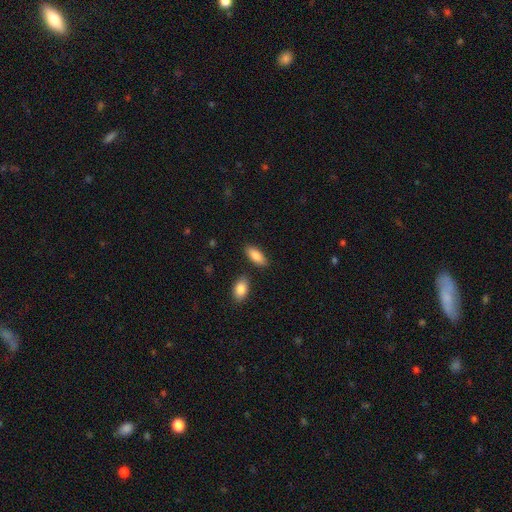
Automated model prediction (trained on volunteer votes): A smooth galaxy with no disk features (87%) that is in between round and cigar-shaped (84%).

Vote fractions:
- Smooth or featured? smooth: 87% / featured or disk: 7% / star or artifact: 6%
- How rounded? in between: 84% / cigar-shaped: 14% / round: 2%
- Merging? none: 83% / minor disturbance: 10% / merger: 4% / major disturbance: 2%